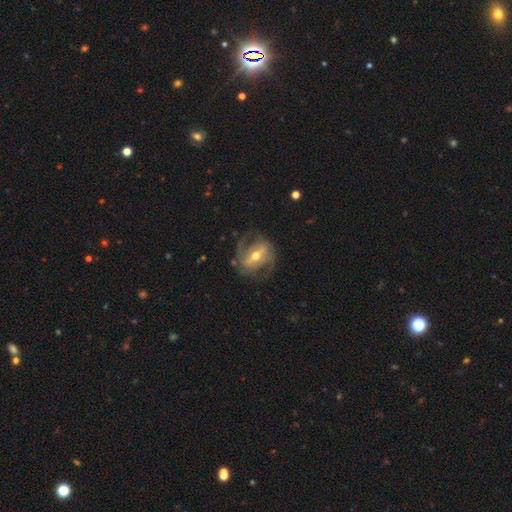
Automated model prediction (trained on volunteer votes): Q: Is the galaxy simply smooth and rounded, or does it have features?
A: featured or disk — 84%.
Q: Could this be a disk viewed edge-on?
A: no — 95%.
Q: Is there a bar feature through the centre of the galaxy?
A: strong — 54%.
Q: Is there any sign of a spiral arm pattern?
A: yes — 89%.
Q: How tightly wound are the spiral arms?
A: medium — 49%.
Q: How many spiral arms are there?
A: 2 — 79%.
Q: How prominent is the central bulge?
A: moderate — 67%.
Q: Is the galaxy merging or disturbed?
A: none — 70%.